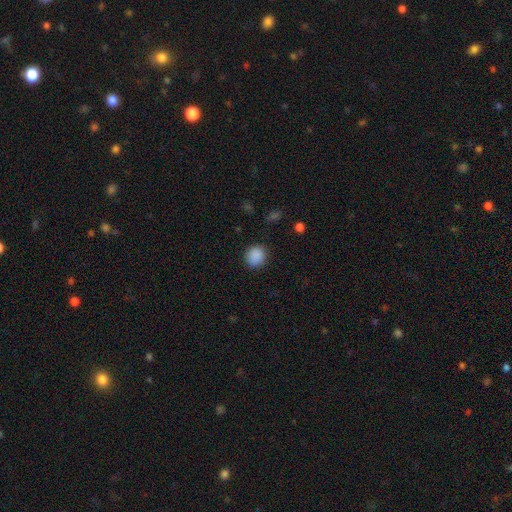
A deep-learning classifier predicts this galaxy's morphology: Overall: smooth (88%). How rounded: round (82%). Merging: none (88%).